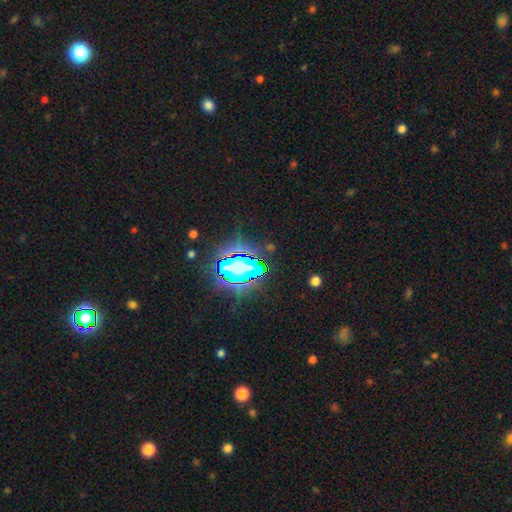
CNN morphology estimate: smooth_or_featured: star or artifact (p=0.78) [alt: smooth p=0.13]